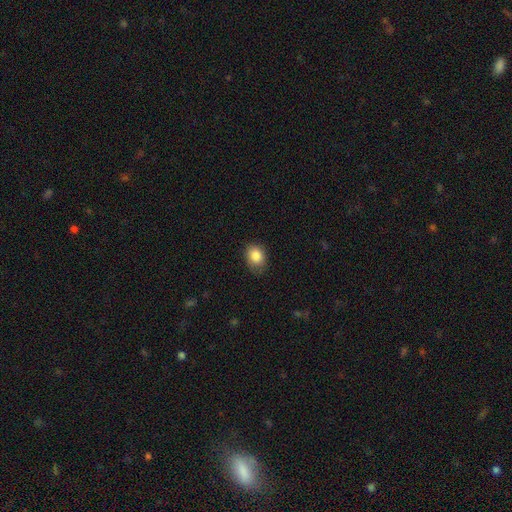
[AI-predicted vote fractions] Morphology: type=smooth (85%); roundness=in between (62%); merging=none (74%).